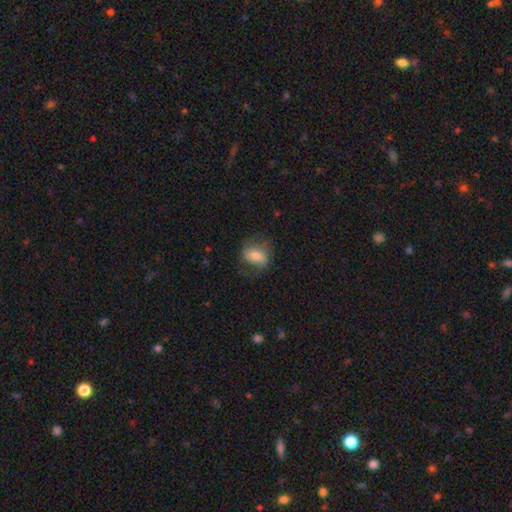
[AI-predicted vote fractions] This is possibly a smooth galaxy (58%). How rounded: likely in between (69%). Merging: likely none (61%).